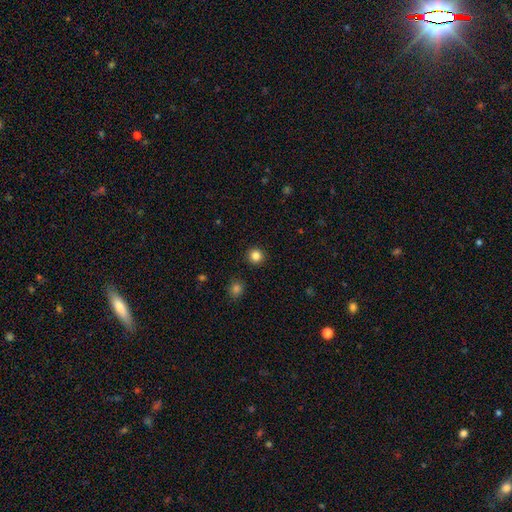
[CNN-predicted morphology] type=smooth (84%); roundness=round (94%); merging=none (93%).